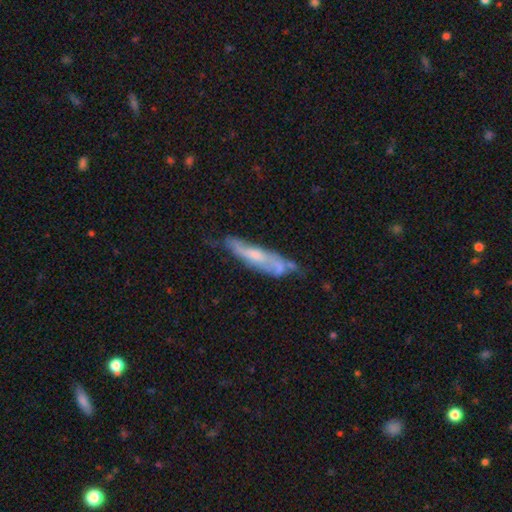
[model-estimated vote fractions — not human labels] This appears to be a featured or disk galaxy (55%). Merging: none (42%).